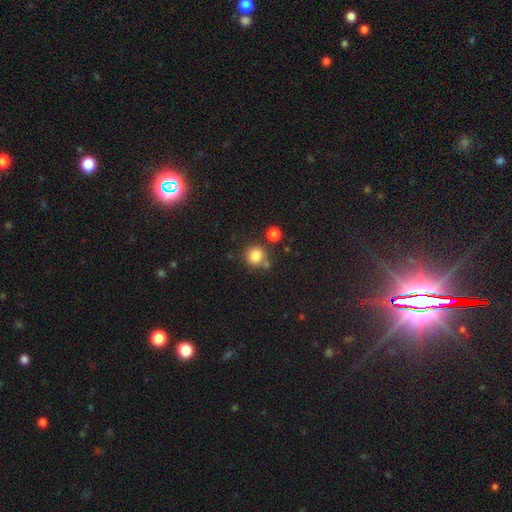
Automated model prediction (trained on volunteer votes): Smooth or featured? Predicted: smooth (p=0.83). How rounded? Predicted: round (p=0.90). Merging? Predicted: none (p=0.72).